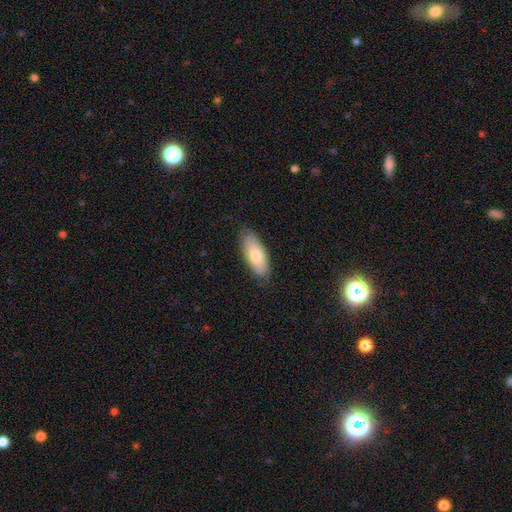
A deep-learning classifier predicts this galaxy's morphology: Smooth or featured? Predicted: smooth (p=0.72). How rounded? Predicted: in between (p=0.81). Merging? Predicted: none (p=0.79).